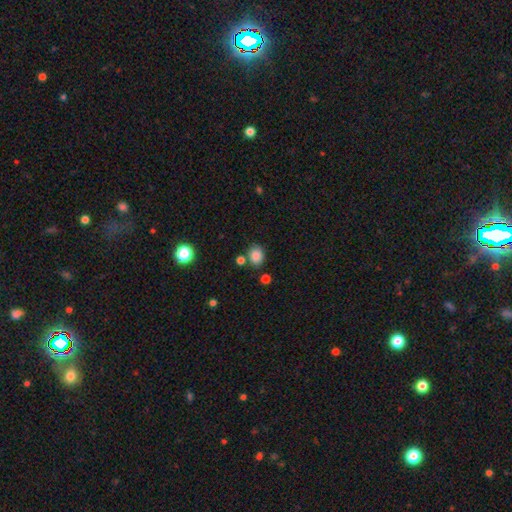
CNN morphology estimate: The model was most divided on "how rounded": round: 56%, in between: 43%, cigar-shaped: 1%. More confident: smooth or featured — smooth (84%); merging — none (75%).